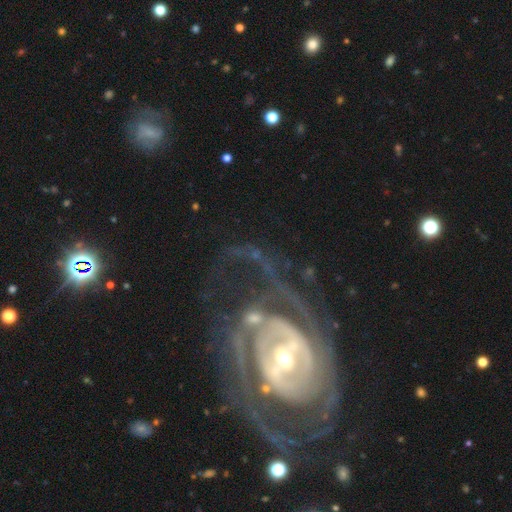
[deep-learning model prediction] Smooth or featured?
  - featured or disk: 86% *
  - star or artifact: 8%
  - smooth: 6%
Edge-on disk?
  - no: 95% *
  - yes: 5%
Bar?
  - strong: 37% *
  - weak: 32%
  - no: 31%
Spiral arms?
  - yes: 86% *
  - no: 14%
Spiral winding?
  - tight: 54% *
  - medium: 31%
  - loose: 15%
Spiral arm count?
  - 2: 33% *
  - can't tell: 32%
  - 3: 12%
  - 4: 8%
  - 1: 8%
  - more than 4: 7%
Bulge size?
  - small: 56% *
  - moderate: 38%
  - large: 3%
  - none: 1%
  - dominant: 1%
Merging?
  - none: 46% *
  - major disturbance: 31%
  - minor disturbance: 16%
  - merger: 7%